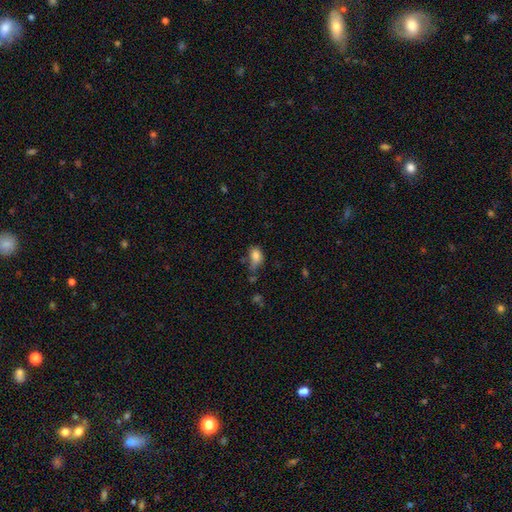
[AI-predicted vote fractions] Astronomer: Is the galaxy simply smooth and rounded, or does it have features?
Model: smooth — 80%.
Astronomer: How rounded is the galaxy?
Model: in between — 80%.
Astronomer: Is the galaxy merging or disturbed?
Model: none — 39% (runner-up: minor disturbance, 33%).